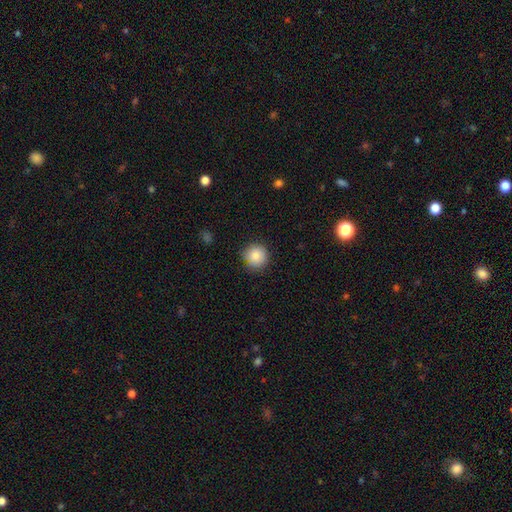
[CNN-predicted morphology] This appears to be a smooth galaxy with no disk features (84%) that is round (94%). Merging: none (85%).